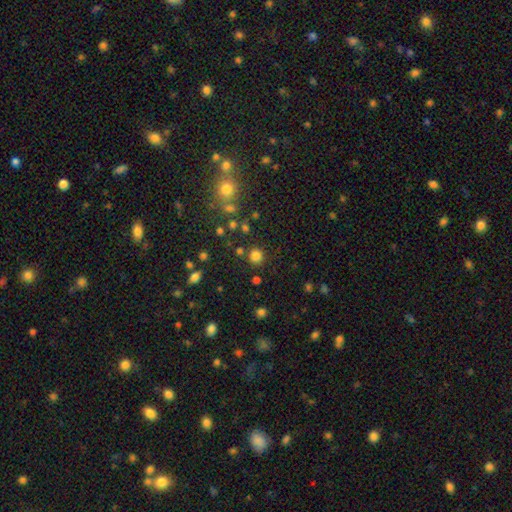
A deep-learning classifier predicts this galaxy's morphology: type=smooth (80%); roundness=round (90%); merging=none (85%).